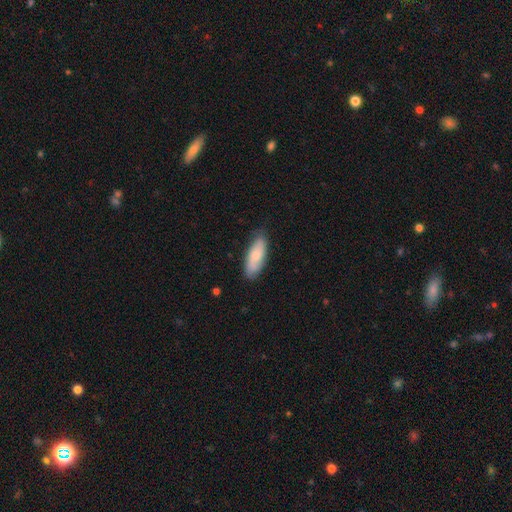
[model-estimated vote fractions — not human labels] This appears to be a smooth galaxy with no disk features (73%) that is in between round and cigar-shaped (65%). Merging: none (80%).